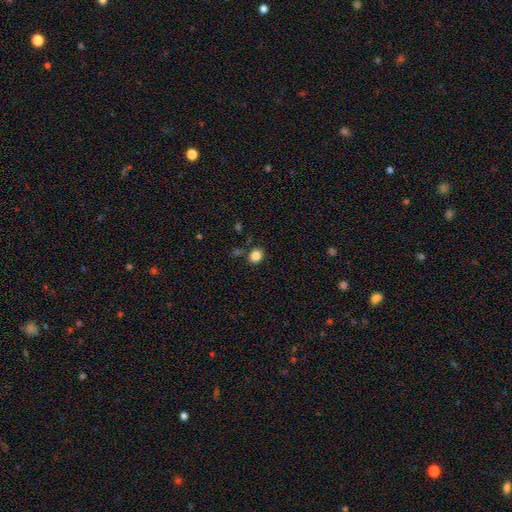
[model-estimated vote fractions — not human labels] A smooth galaxy with no disk features (84%) that is round (75%). Merging: none (83%).